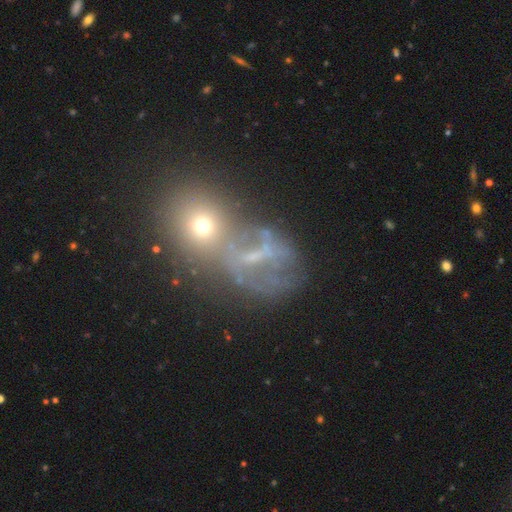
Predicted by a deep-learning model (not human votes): A featured or disk galaxy (52%). Merging: merger (40%).